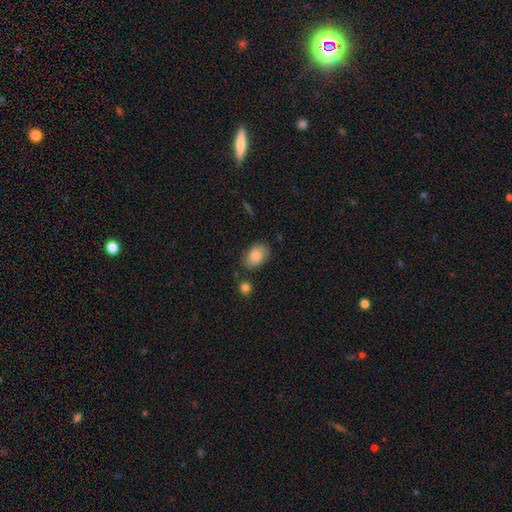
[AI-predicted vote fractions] Smooth or featured? Predicted: smooth (p=0.82). How rounded? Predicted: in between (p=0.86). Merging? Predicted: none (p=0.76).